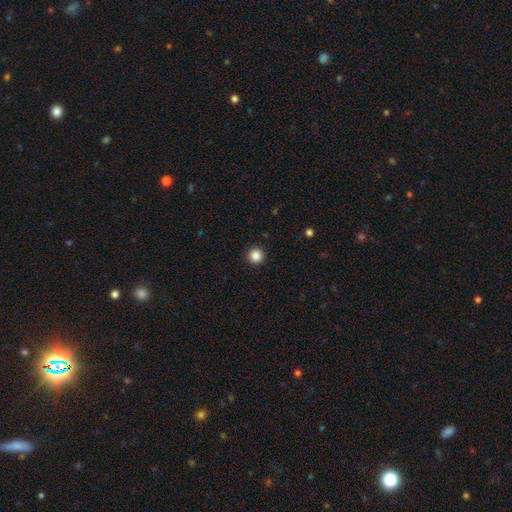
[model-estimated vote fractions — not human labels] Q: Smooth or featured?
A: smooth (87%); runner-up: star or artifact (10%)
Q: How rounded?
A: round (96%); runner-up: in between (3%)
Q: Merging?
A: none (93%); runner-up: minor disturbance (4%)